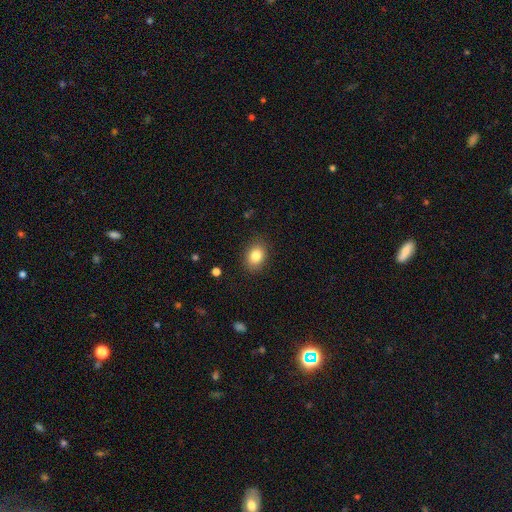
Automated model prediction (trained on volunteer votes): smooth-or-featured: smooth: 84% | star or artifact: 9% | featured or disk: 7%
  how-rounded: in between: 65% | round: 34% | cigar-shaped: 1%
  merging: none: 86% | minor disturbance: 10% | major disturbance: 3% | merger: 1%